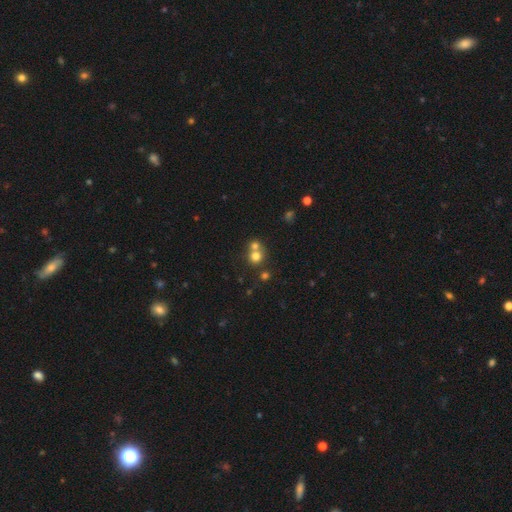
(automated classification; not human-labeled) Smooth or featured: smooth — 72% (star or artifact — 15%)
How rounded: round — 87% (in between — 13%)
Merging: merger — 48% (none — 44%)